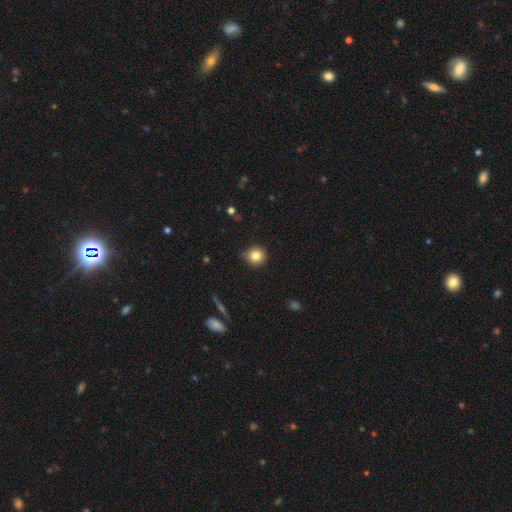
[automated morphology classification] smooth-or-featured: smooth: 81% | star or artifact: 11% | featured or disk: 7%
  how-rounded: round: 90% | in between: 9% | cigar-shaped: 1%
  merging: none: 80% | minor disturbance: 16% | major disturbance: 3% | merger: 1%